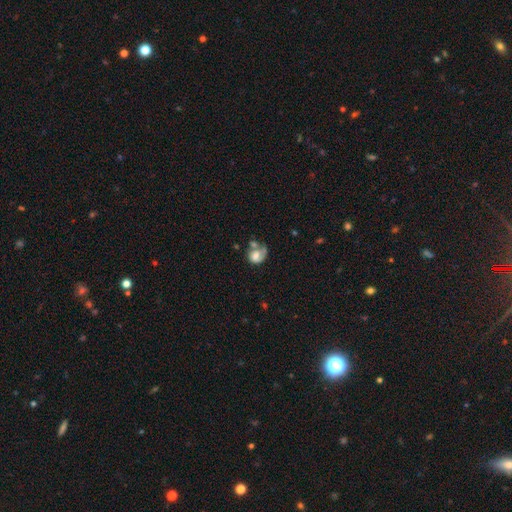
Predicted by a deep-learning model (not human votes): smooth_or_featured: smooth (p=0.55) [alt: featured or disk p=0.36]
how_rounded: round (p=0.57) [alt: in between p=0.42]
merging: merger (p=0.31) [alt: none p=0.27]